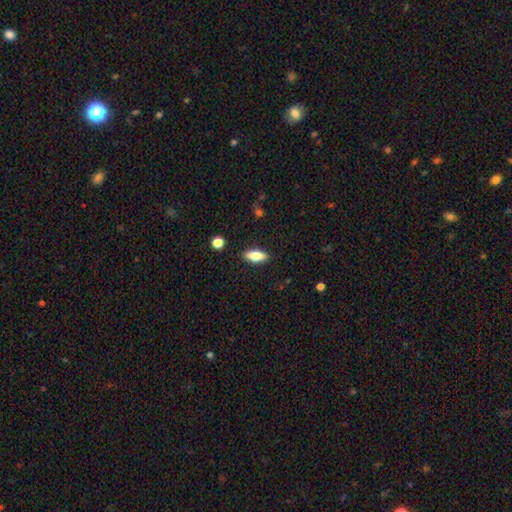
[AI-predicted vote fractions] Smooth or featured?
  - smooth: 73% *
  - featured or disk: 20%
  - star or artifact: 7%
How rounded?
  - in between: 80% *
  - cigar-shaped: 17%
  - round: 3%
Merging?
  - none: 89% *
  - minor disturbance: 8%
  - major disturbance: 2%
  - merger: 1%